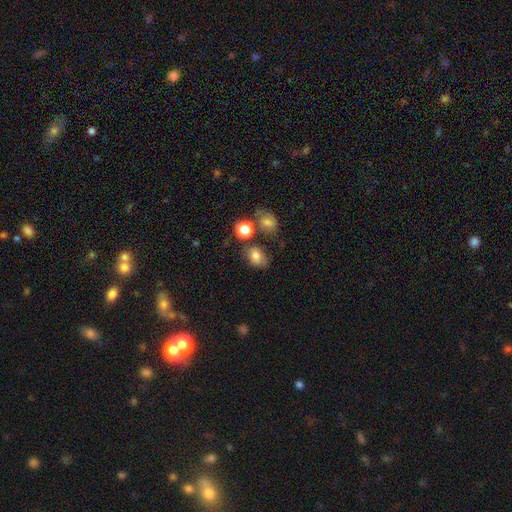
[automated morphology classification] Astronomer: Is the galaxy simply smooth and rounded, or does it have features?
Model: smooth — 77%.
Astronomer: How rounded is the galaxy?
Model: in between — 69%.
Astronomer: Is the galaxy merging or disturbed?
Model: none — 65%.